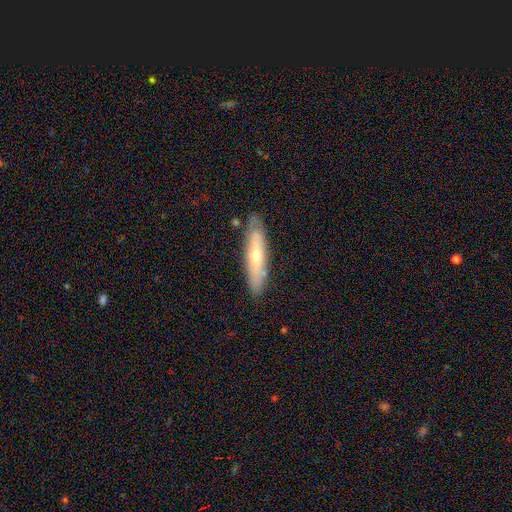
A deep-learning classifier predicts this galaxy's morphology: This is possibly a featured or disk galaxy (47%, tied with smooth). Merging: clearly none (82%).